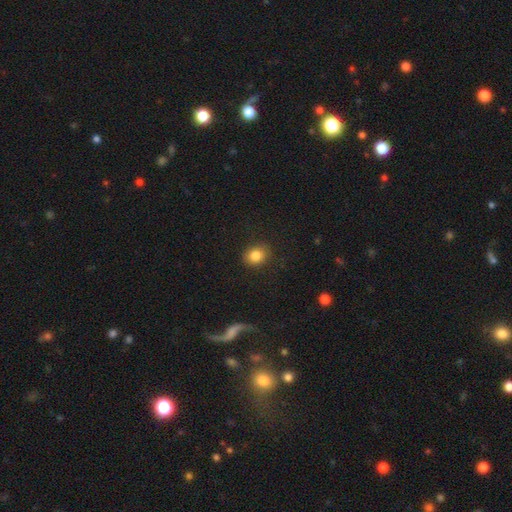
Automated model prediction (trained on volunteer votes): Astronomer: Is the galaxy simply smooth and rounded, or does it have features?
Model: smooth — 84%.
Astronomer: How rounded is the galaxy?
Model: round — 64%.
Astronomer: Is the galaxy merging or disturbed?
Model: none — 86%.